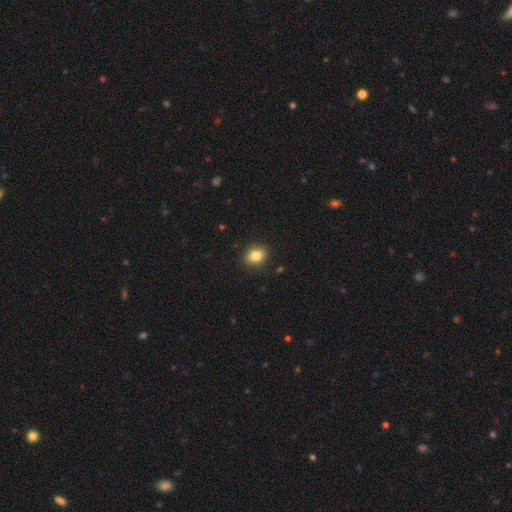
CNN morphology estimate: Overall: smooth (83%). How rounded: round (53%; in between 46%). Merging: none (89%).